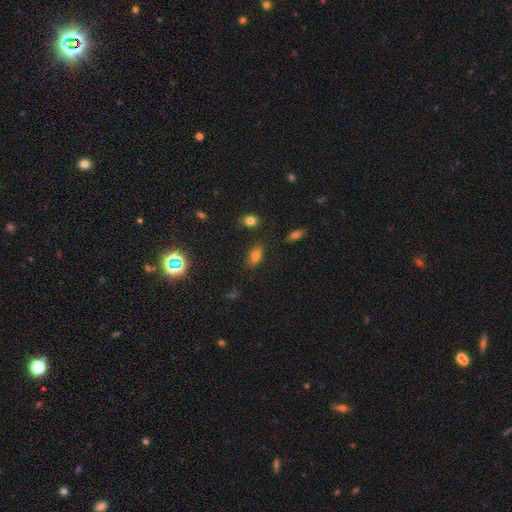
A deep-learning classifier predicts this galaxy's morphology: A smooth galaxy with no disk features (76%) that is in between round and cigar-shaped (84%).

Vote fractions:
- Smooth or featured? smooth: 76% / star or artifact: 14% / featured or disk: 10%
- How rounded? in between: 84% / cigar-shaped: 10% / round: 6%
- Merging? none: 79% / minor disturbance: 14% / major disturbance: 4% / merger: 3%